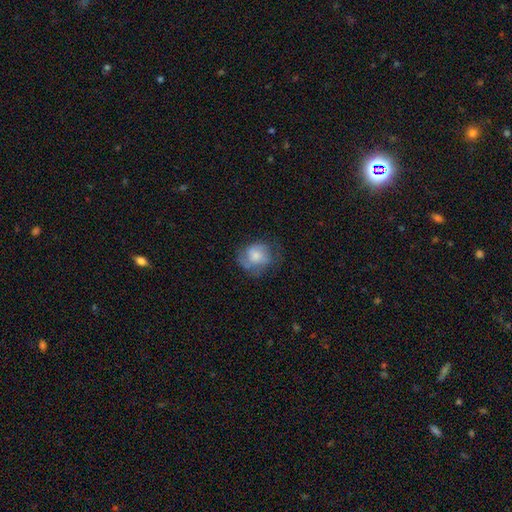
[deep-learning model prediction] Smooth or featured: smooth — 59% (featured or disk — 33%)
How rounded: round — 70% (in between — 29%)
Merging: none — 53% (minor disturbance — 27%)